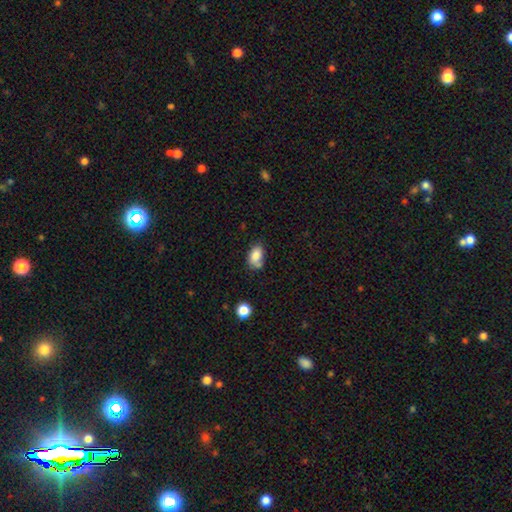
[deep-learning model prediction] Smooth or featured? smooth (82%)
How rounded? in between (85%)
Merging? none (51%)